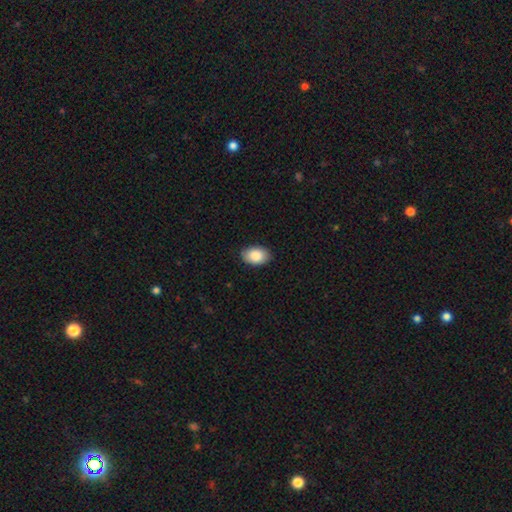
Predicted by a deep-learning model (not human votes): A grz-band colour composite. It shows a smooth galaxy with no disk features (88%) that is in between round and cigar-shaped (87%). Merging: none (86%).